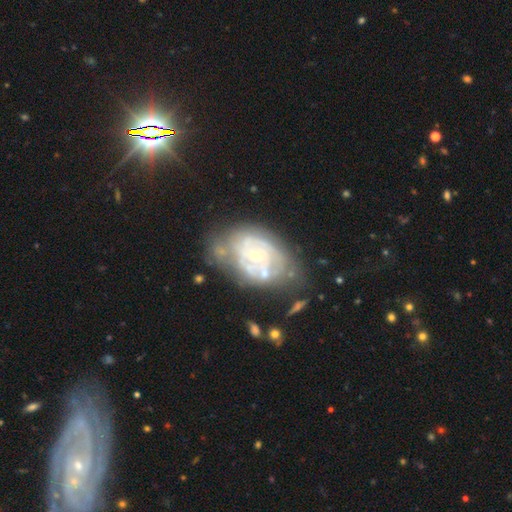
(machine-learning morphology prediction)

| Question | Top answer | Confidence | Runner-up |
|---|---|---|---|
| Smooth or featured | featured or disk | 77% | smooth (17%) |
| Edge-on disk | no | 96% | yes (4%) |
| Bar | no | 82% | weak (14%) |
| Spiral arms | yes | 61% | no (39%) |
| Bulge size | small | 57% | moderate (38%) |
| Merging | none | 44% | minor disturbance (27%) |